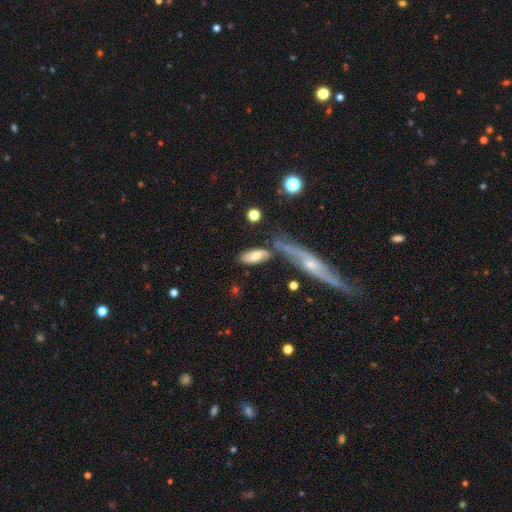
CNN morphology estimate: Q: Smooth or featured?
A: smooth (62%); runner-up: featured or disk (31%)
Q: How rounded?
A: in between (82%); runner-up: cigar-shaped (15%)
Q: Merging?
A: none (49%); runner-up: merger (24%)